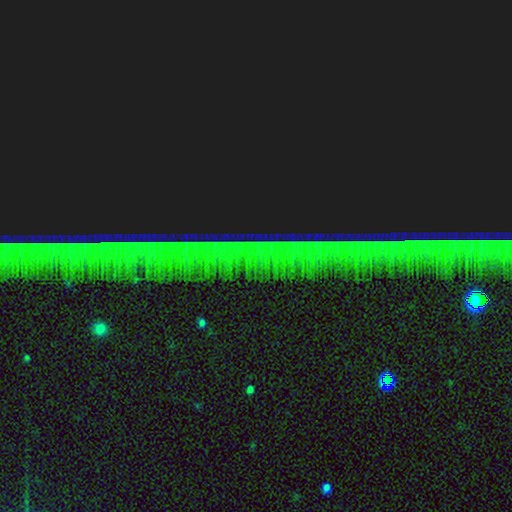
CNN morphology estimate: This appears to be a star or artifact, not a galaxy (85%).